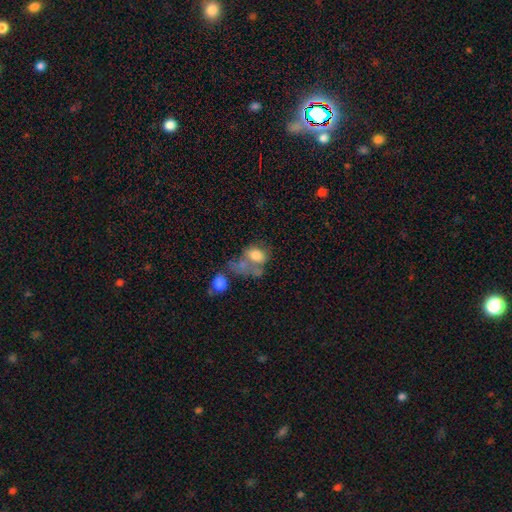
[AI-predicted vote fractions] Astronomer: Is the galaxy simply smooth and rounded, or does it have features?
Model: smooth — 68%.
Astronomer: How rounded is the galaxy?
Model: in between — 68%.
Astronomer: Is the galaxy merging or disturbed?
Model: merger — 44% (runner-up: major disturbance, 23%).